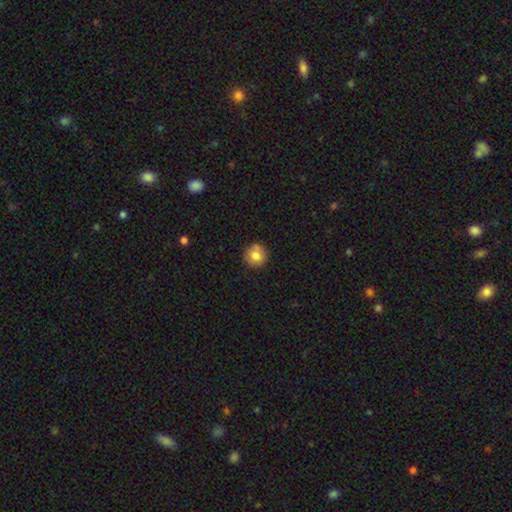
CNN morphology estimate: This appears to be a smooth galaxy with no disk features (80%) that is round (93%). Merging: none (81%).